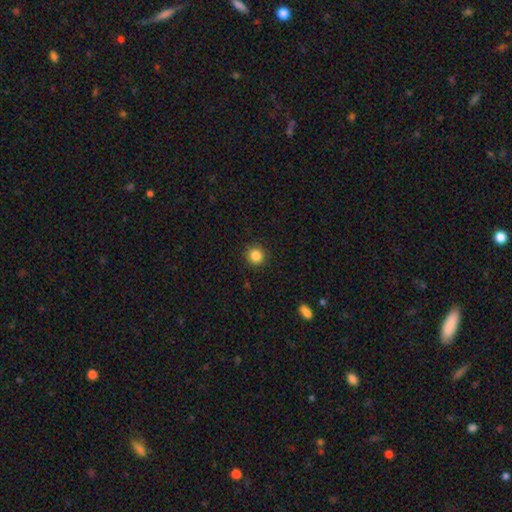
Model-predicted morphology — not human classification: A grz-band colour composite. It shows a smooth galaxy with no disk features (85%) that is round (93%). Merging: none (91%).